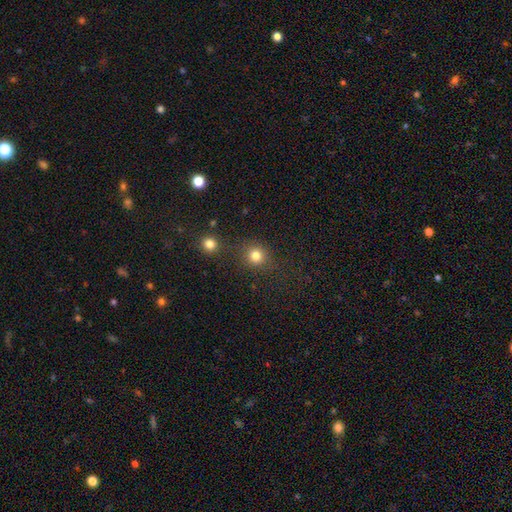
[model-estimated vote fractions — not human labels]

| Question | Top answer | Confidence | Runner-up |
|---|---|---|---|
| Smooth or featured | smooth | 80% | star or artifact (14%) |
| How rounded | round | 89% | in between (10%) |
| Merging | none | 80% | minor disturbance (9%) |